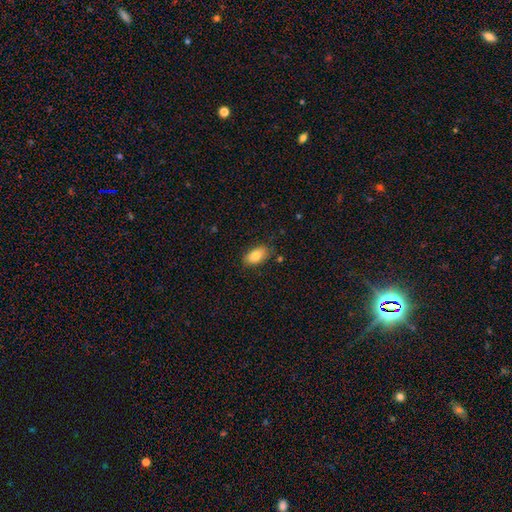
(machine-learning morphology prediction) smooth_or_featured: smooth (p=0.82) [alt: featured or disk p=0.11]
how_rounded: in between (p=0.92) [alt: round p=0.05]
merging: none (p=0.82) [alt: minor disturbance p=0.13]